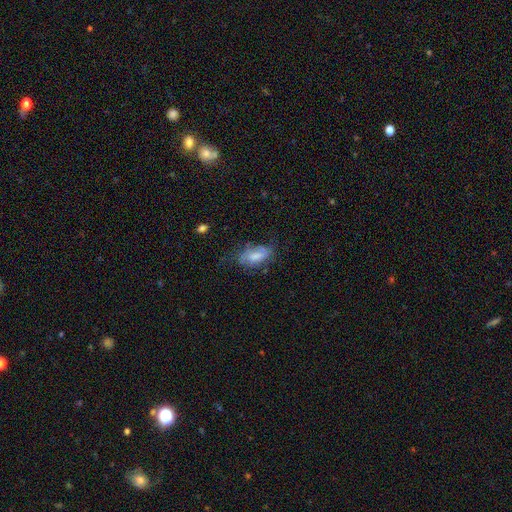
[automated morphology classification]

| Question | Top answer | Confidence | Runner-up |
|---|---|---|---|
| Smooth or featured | smooth | 60% | featured or disk (32%) |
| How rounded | in between | 89% | cigar-shaped (6%) |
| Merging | none | 51% | minor disturbance (31%) |